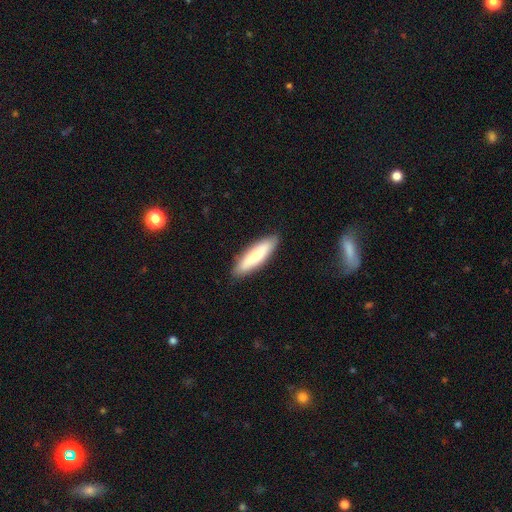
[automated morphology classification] Q: Smooth or featured?
A: smooth (68%); runner-up: featured or disk (27%)
Q: How rounded?
A: cigar-shaped (68%); runner-up: in between (30%)
Q: Merging?
A: none (88%); runner-up: minor disturbance (9%)